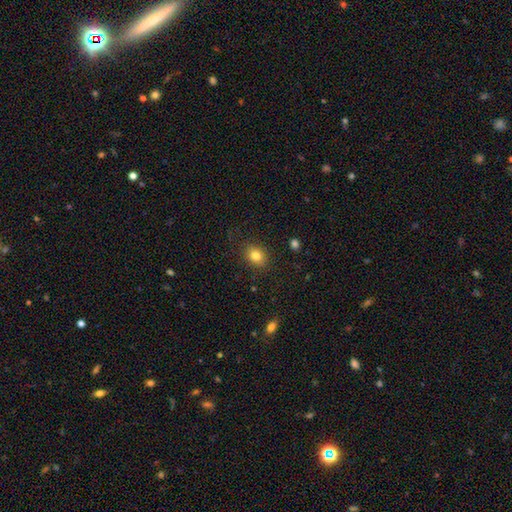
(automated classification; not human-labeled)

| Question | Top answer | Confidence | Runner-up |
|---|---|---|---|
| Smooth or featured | smooth | 82% | star or artifact (11%) |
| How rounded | in between | 53% | round (46%) |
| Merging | none | 87% | minor disturbance (9%) |